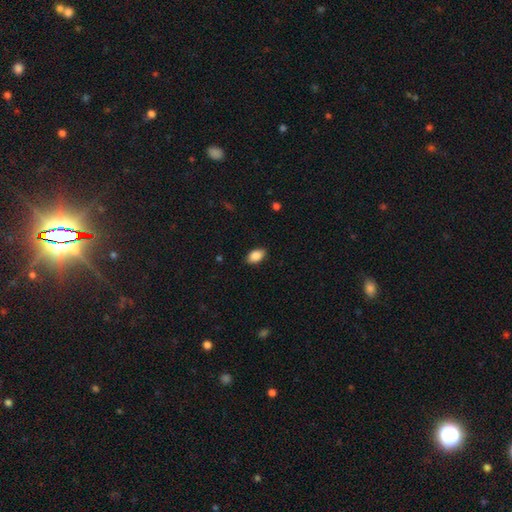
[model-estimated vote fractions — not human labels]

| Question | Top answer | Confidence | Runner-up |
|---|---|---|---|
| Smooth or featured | smooth | 88% | star or artifact (7%) |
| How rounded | in between | 91% | round (7%) |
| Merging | none | 87% | minor disturbance (10%) |